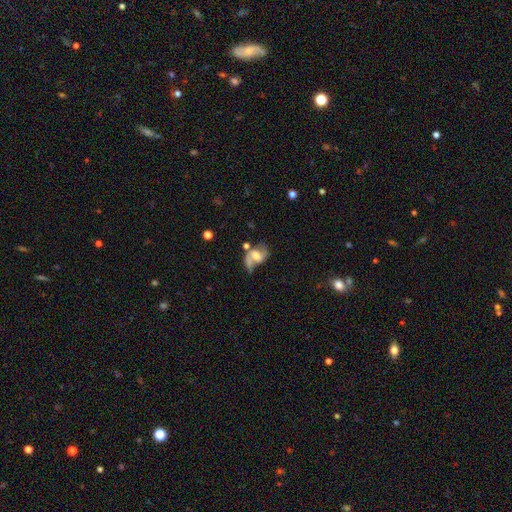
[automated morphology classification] This appears to be a featured or disk galaxy (71%) with a weak bar (44%), 2 (76%) loose (56%) spiral arms (87%) and a moderate central bulge (44%). Merging: none (39%).